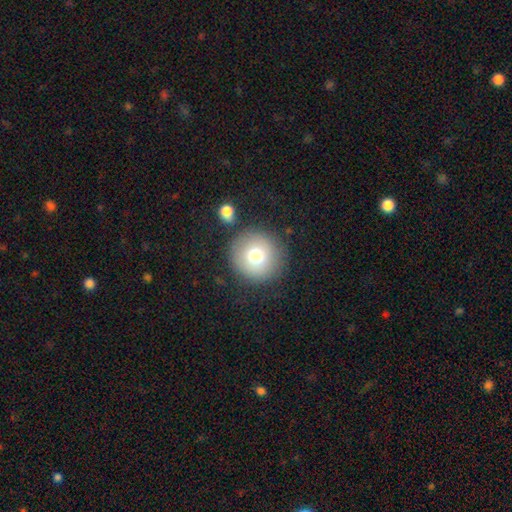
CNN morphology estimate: A smooth galaxy with no disk features (75%) that is round (95%). Merging: none (82%).